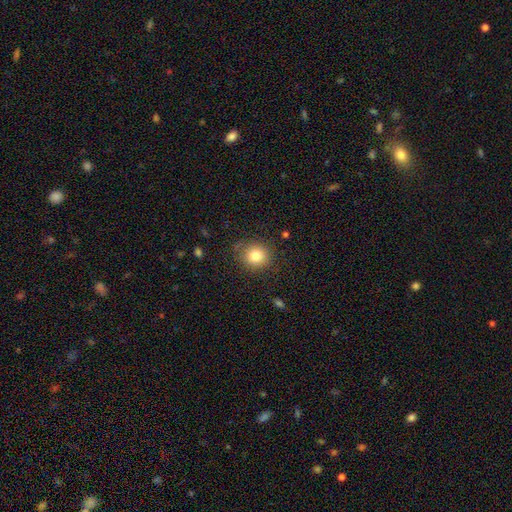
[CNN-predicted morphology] Smooth or featured?
  - smooth: 81% *
  - star or artifact: 11%
  - featured or disk: 8%
How rounded?
  - round: 87% *
  - in between: 12%
  - cigar-shaped: 1%
Merging?
  - none: 84% *
  - minor disturbance: 11%
  - major disturbance: 4%
  - merger: 1%